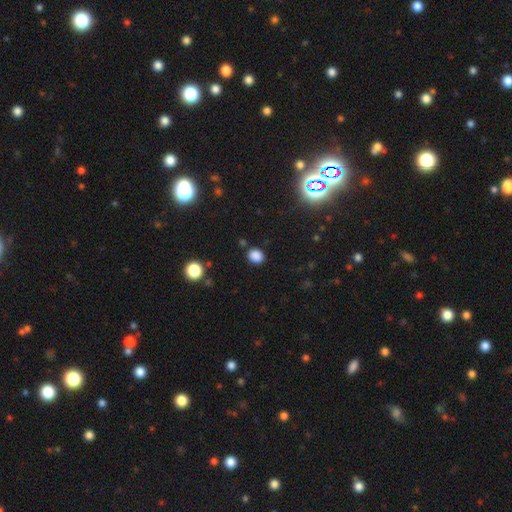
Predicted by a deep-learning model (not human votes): This is clearly a smooth galaxy (84%). How rounded: possibly round (60%). Merging: clearly none (85%).